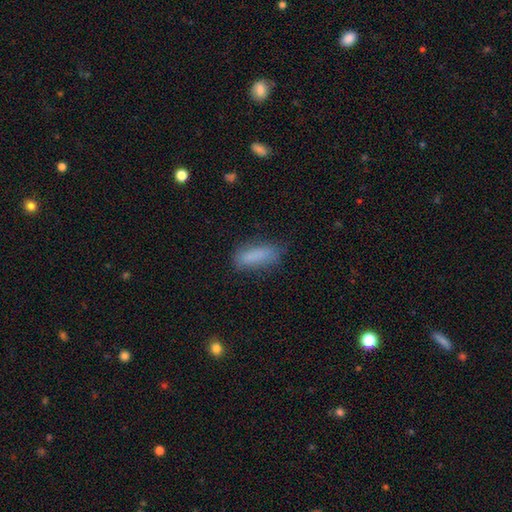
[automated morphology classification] A smooth galaxy with no disk features (83%) that is in between round and cigar-shaped (59%). Merging: none (71%).